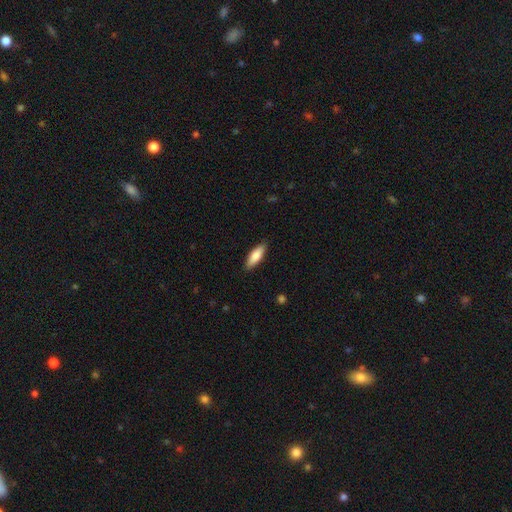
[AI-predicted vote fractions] A smooth galaxy with no disk features (80%) that is in between round and cigar-shaped (56%). Merging: none (88%).